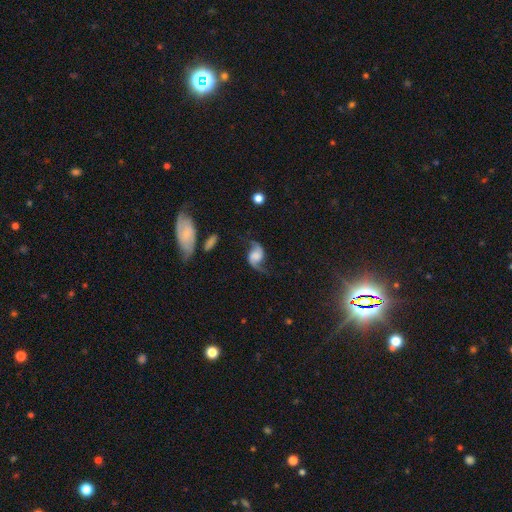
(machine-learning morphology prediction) smooth_or_featured: featured or disk (p=0.83) [alt: smooth p=0.11]
disk_edge_on: no (p=0.97) [alt: yes p=0.03]
bar: no (p=0.59) [alt: weak p=0.32]
has_spiral_arms: yes (p=0.96) [alt: no p=0.04]
spiral_winding: loose (p=0.75) [alt: medium p=0.20]
spiral_arm_count: 2 (p=0.93) [alt: 1 p=0.02]
bulge_size: none (p=0.33) [alt: large p=0.25]
merging: none (p=0.67) [alt: minor disturbance p=0.19]